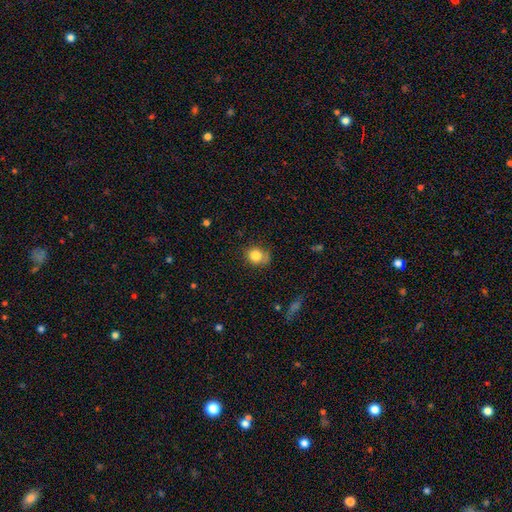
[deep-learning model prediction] Smooth or featured: smooth — 81% (star or artifact — 10%)
How rounded: round — 72% (in between — 27%)
Merging: none — 61% (minor disturbance — 27%)